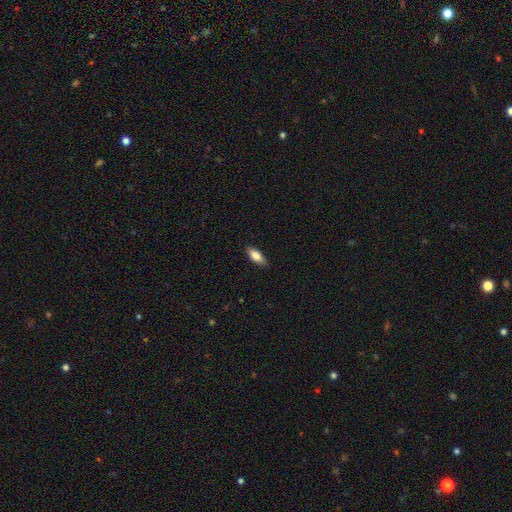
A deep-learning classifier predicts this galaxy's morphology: Smooth or featured: smooth — 82% (featured or disk — 12%)
How rounded: in between — 78% (cigar-shaped — 19%)
Merging: none — 85% (minor disturbance — 12%)